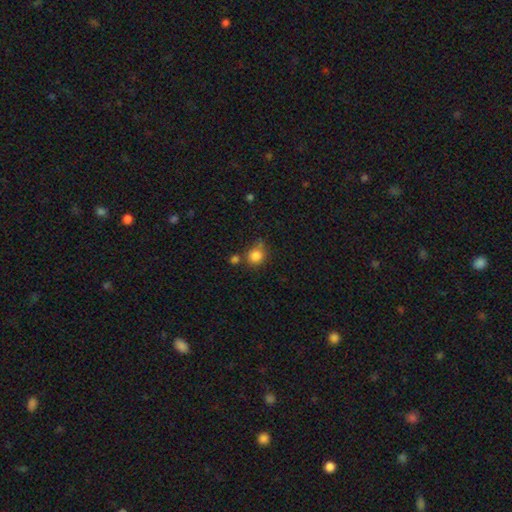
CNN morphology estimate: Smooth or featured? Predicted: smooth (p=0.84). How rounded? Predicted: round (p=0.84). Merging? Predicted: none (p=0.61).